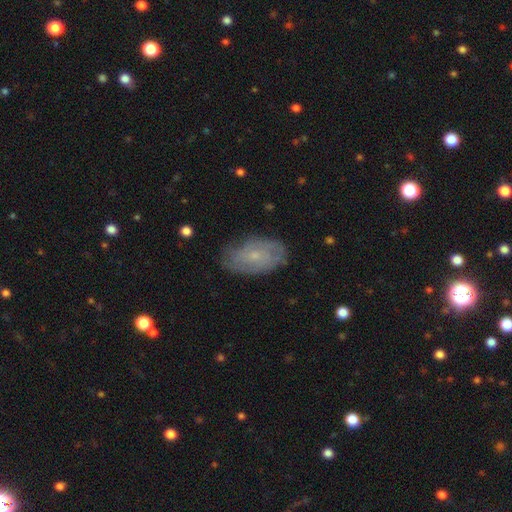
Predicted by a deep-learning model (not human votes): smooth-or-featured: featured or disk: 53% | smooth: 38% | star or artifact: 9%
  disk-edge-on: no: 93% | yes: 7%
  merging: none: 78% | minor disturbance: 17% | major disturbance: 4% | merger: 1%